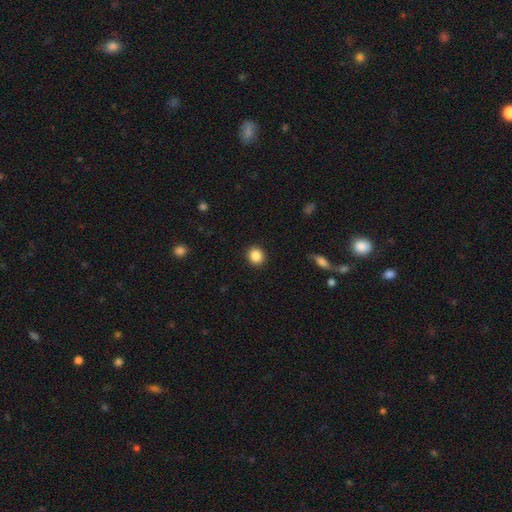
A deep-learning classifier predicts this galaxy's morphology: smooth_or_featured: smooth (p=0.86) [alt: star or artifact p=0.09]
how_rounded: round (p=0.85) [alt: in between p=0.14]
merging: none (p=0.92) [alt: minor disturbance p=0.06]